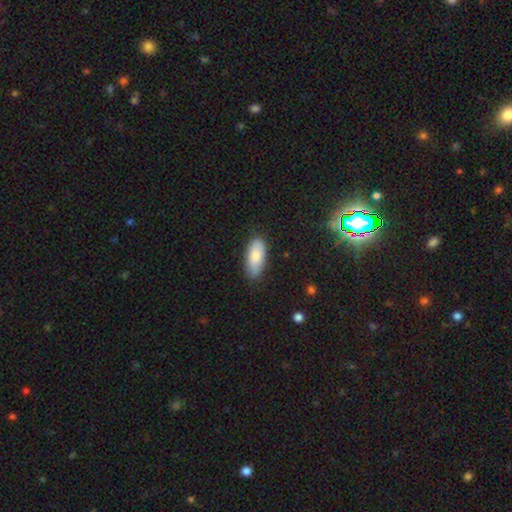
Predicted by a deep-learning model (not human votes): smooth 82%, featured or disk 12%, star or artifact 6%. Down the decision tree: how rounded — in between (85%); merging — none (82%).